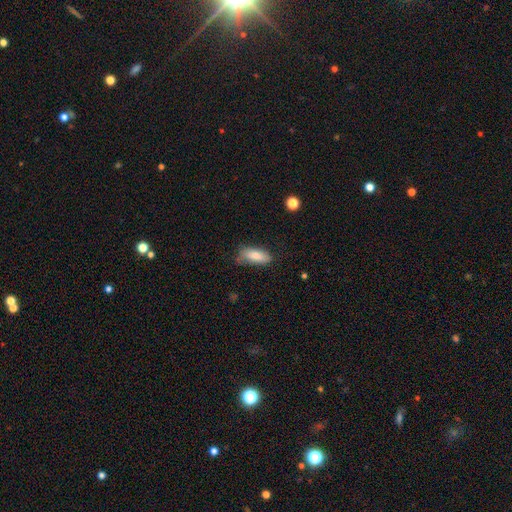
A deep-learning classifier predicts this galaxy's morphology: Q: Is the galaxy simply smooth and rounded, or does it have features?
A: smooth — 81%.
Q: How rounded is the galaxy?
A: in between — 79%.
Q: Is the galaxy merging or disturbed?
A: none — 63%.